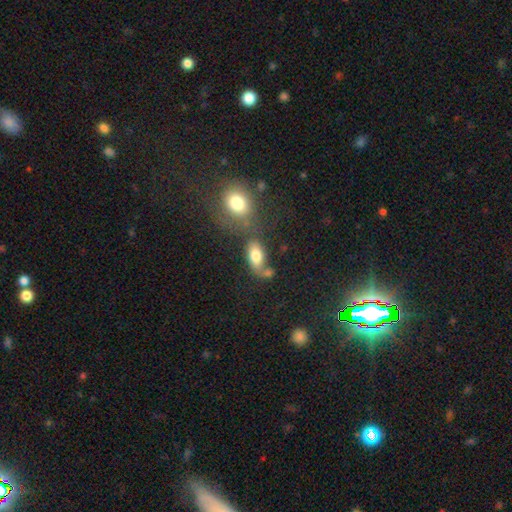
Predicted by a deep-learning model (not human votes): This is likely a smooth galaxy (76%). How rounded: clearly in between (88%). Merging: possibly none (48%).